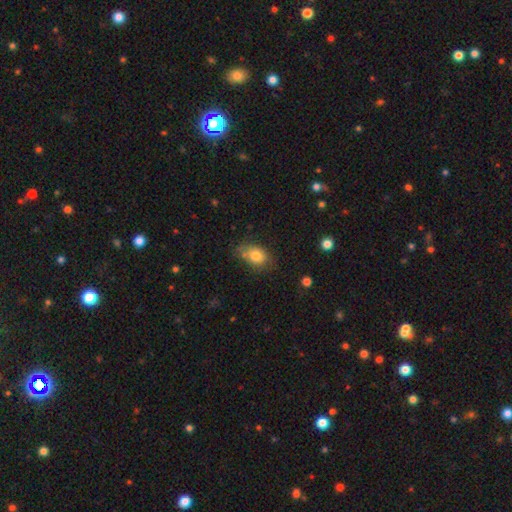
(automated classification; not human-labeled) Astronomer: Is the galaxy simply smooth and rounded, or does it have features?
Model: smooth — 80%.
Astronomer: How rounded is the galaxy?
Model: in between — 75%.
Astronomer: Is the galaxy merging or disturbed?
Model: none — 61%.